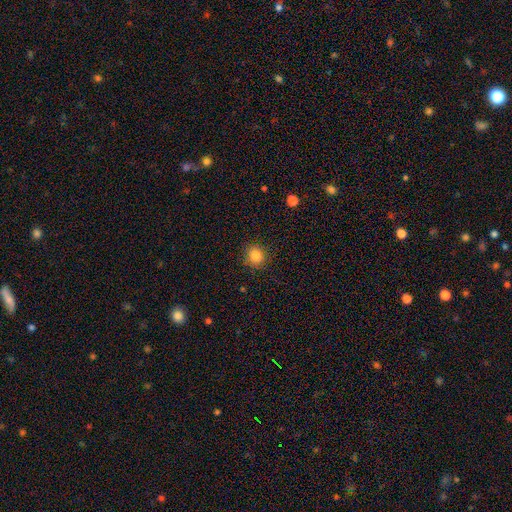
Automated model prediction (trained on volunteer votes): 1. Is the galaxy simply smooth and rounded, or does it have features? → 85% smooth, 11% star or artifact, 5% featured or disk.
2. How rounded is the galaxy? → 81% round, 18% in between, 1% cigar-shaped.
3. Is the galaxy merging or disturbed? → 87% none, 9% minor disturbance, 3% major disturbance, 1% merger.